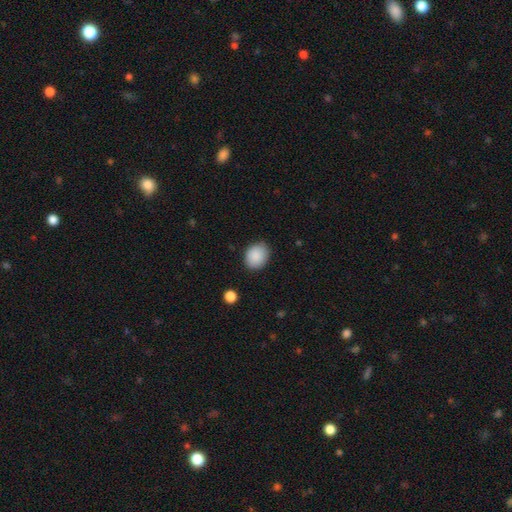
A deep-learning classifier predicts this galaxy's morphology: smooth 89%, star or artifact 7%, featured or disk 4%. Down the decision tree: how rounded — in between (51%); merging — none (83%).